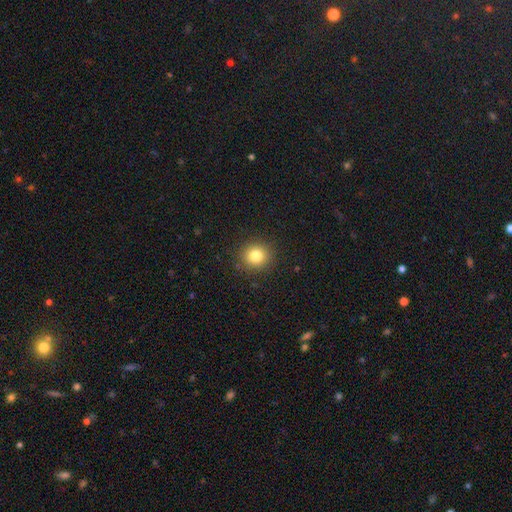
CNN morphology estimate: type=smooth (81%); roundness=round (89%); merging=none (90%).